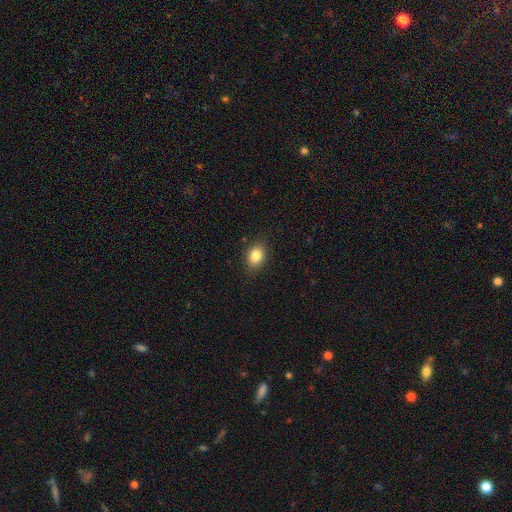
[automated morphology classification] A smooth galaxy with no disk features (84%) that is in between round and cigar-shaped (66%).

Vote fractions:
- Smooth or featured? smooth: 84% / star or artifact: 9% / featured or disk: 7%
- How rounded? in between: 66% / round: 32% / cigar-shaped: 1%
- Merging? none: 86% / minor disturbance: 11% / major disturbance: 3% / merger: 1%